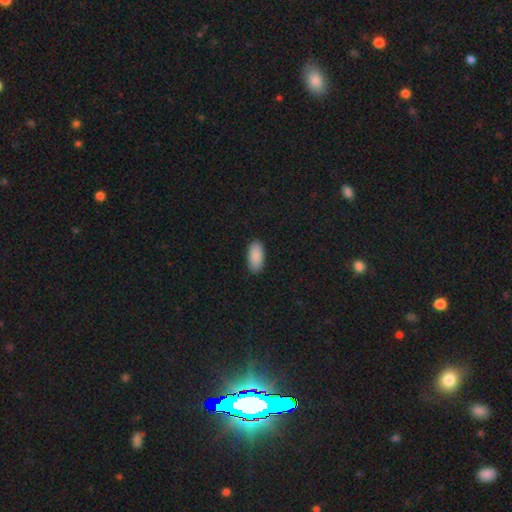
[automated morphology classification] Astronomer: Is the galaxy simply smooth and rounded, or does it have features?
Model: smooth — 90%.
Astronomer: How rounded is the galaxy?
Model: in between — 93%.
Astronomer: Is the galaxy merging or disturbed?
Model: none — 88%.